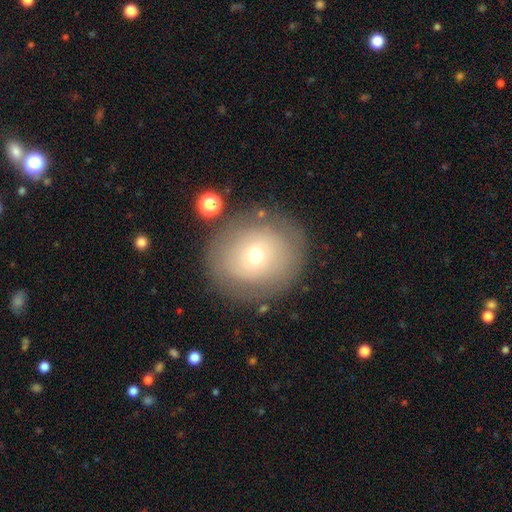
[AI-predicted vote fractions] Q: Smooth or featured?
A: smooth (59%); runner-up: featured or disk (29%)
Q: How rounded?
A: round (84%); runner-up: in between (15%)
Q: Merging?
A: none (80%); runner-up: minor disturbance (12%)